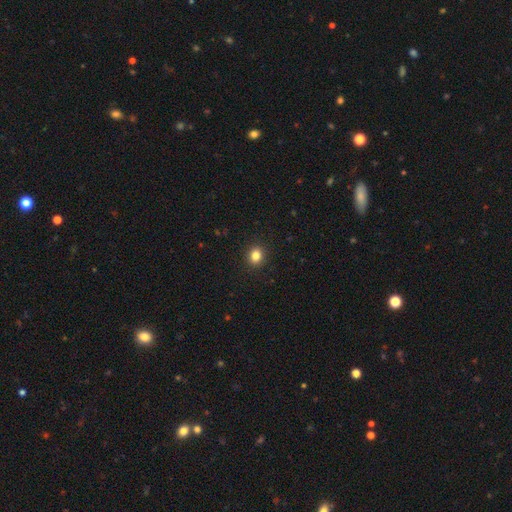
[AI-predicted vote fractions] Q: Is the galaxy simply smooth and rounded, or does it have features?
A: smooth — 83%.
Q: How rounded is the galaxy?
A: round — 76%.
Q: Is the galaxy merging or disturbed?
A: none — 92%.